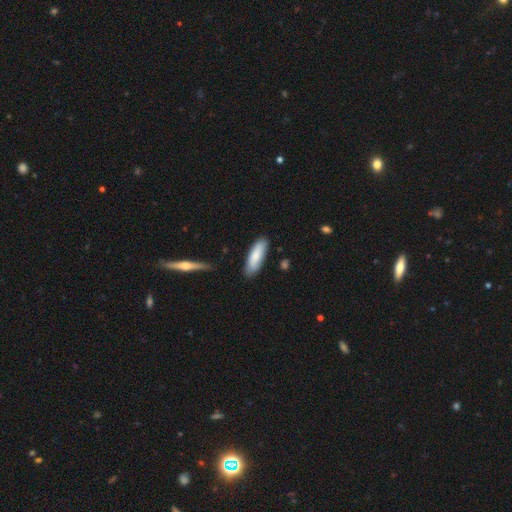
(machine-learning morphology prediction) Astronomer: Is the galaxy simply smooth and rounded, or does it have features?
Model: smooth — 81%.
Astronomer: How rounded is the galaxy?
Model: in between — 53% (runner-up: cigar-shaped, 45%).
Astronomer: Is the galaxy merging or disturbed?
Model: none — 83%.